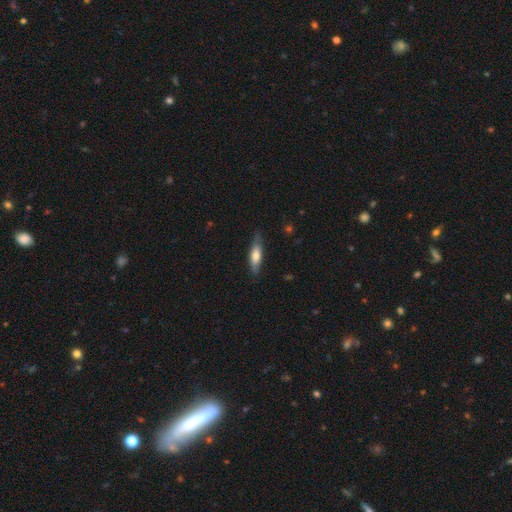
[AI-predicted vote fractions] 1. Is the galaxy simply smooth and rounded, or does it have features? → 64% smooth, 30% featured or disk, 6% star or artifact.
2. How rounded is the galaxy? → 60% cigar-shaped, 38% in between, 2% round.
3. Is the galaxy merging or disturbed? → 76% none, 20% minor disturbance, 4% major disturbance, 1% merger.